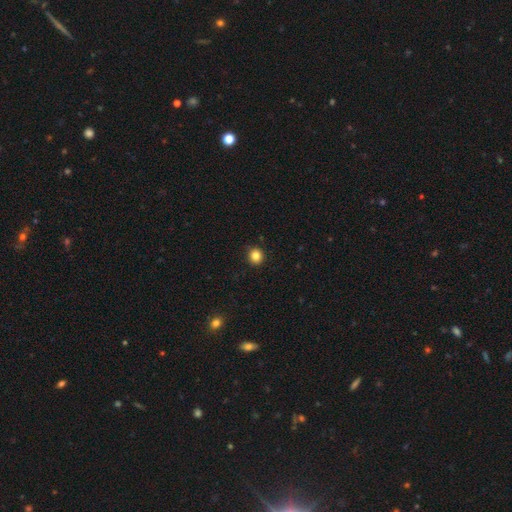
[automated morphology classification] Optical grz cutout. It shows a smooth galaxy with no disk features (84%) that is round (90%). Merging: none (90%).